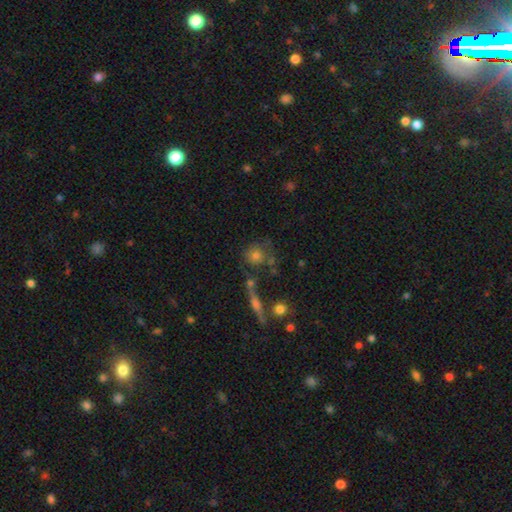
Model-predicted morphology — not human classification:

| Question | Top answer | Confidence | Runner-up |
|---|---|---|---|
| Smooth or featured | smooth | 67% | featured or disk (19%) |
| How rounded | round | 87% | in between (11%) |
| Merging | none | 63% | minor disturbance (15%) |